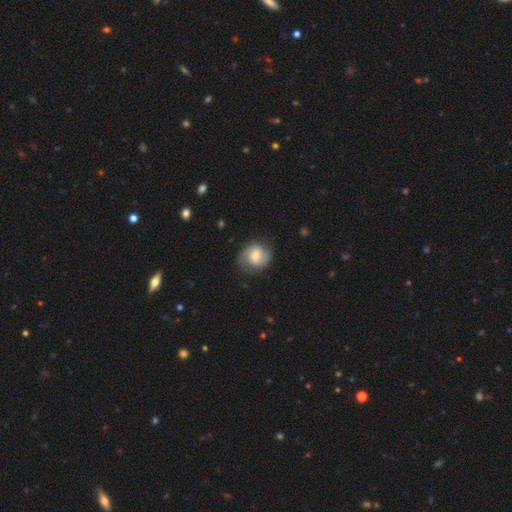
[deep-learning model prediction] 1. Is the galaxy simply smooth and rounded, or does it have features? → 55% smooth, 37% featured or disk, 8% star or artifact.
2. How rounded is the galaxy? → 78% round, 21% in between, 1% cigar-shaped.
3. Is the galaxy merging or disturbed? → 74% none, 19% minor disturbance, 6% major disturbance, 1% merger.